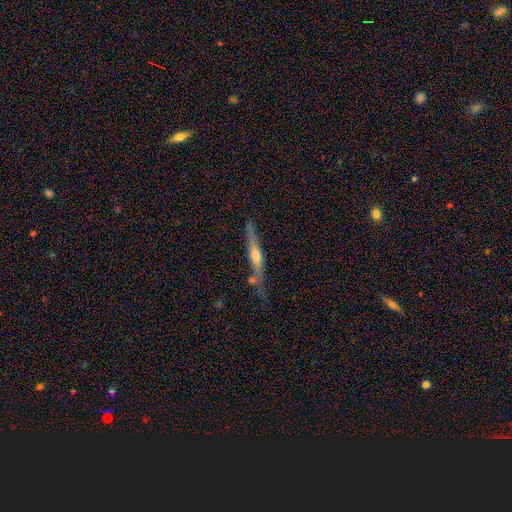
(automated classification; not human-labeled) A featured or disk galaxy (67%) viewed edge-on (95%) with a rounded central bulge (79%). Merging: none (68%).